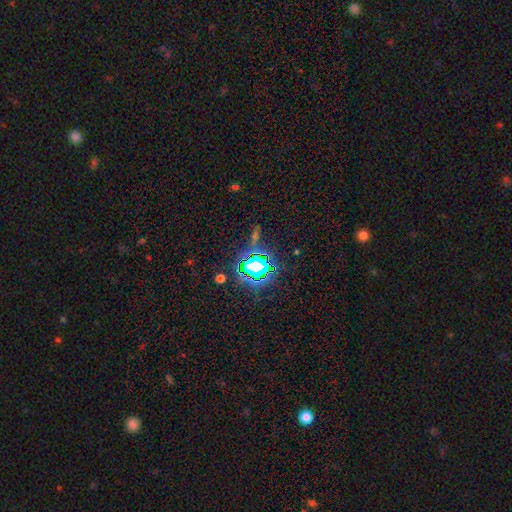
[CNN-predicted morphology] Smooth or featured? Predicted: star or artifact (p=0.79).